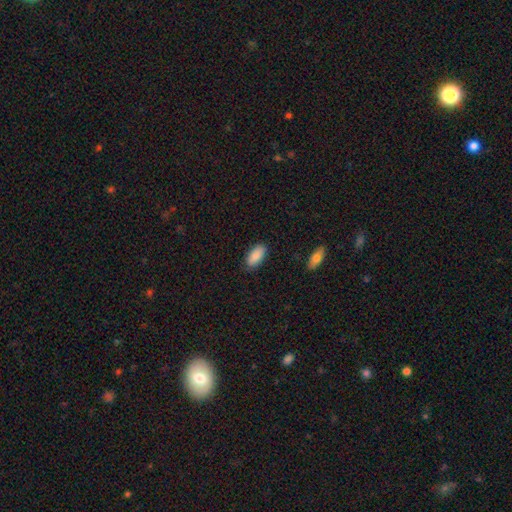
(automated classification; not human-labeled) smooth-or-featured: smooth: 89% | star or artifact: 6% | featured or disk: 5%
  how-rounded: in between: 92% | cigar-shaped: 6% | round: 2%
  merging: none: 86% | minor disturbance: 11% | major disturbance: 2% | merger: 1%